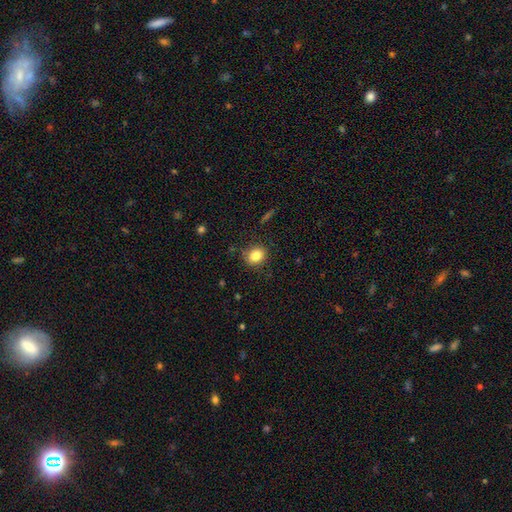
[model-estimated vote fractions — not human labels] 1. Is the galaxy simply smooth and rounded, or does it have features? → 84% smooth, 10% star or artifact, 6% featured or disk.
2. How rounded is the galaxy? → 64% round, 35% in between, 1% cigar-shaped.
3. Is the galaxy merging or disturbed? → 84% none, 12% minor disturbance, 3% major disturbance, 1% merger.